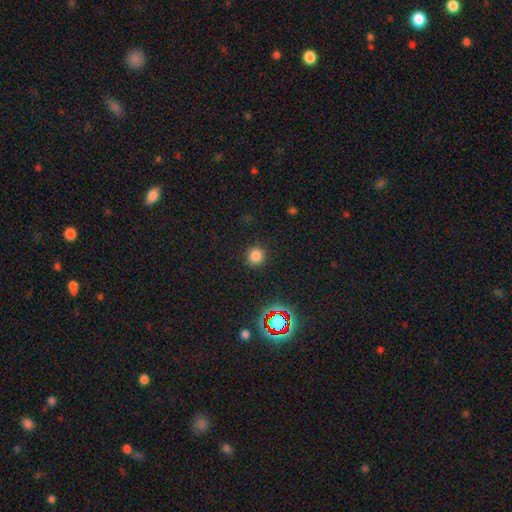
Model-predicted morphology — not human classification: smooth-or-featured: smooth: 78% | star or artifact: 17% | featured or disk: 5%
  how-rounded: round: 89% | in between: 10% | cigar-shaped: 1%
  merging: none: 89% | minor disturbance: 8% | major disturbance: 3% | merger: 1%